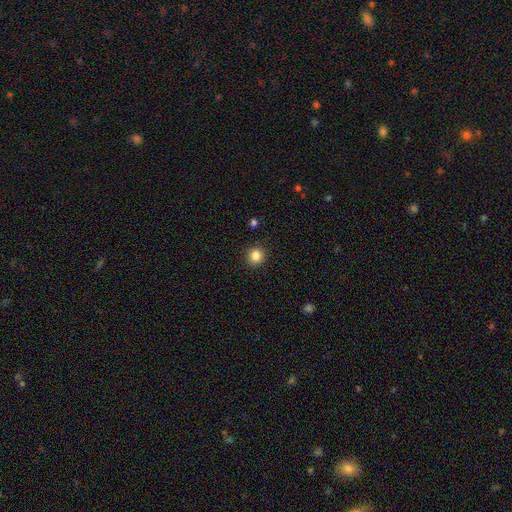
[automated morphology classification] A smooth galaxy with no disk features (84%) that is round (89%).

Vote fractions:
- Smooth or featured? smooth: 84% / star or artifact: 11% / featured or disk: 5%
- How rounded? round: 89% / in between: 10% / cigar-shaped: 1%
- Merging? none: 91% / minor disturbance: 6% / major disturbance: 2% / merger: 1%